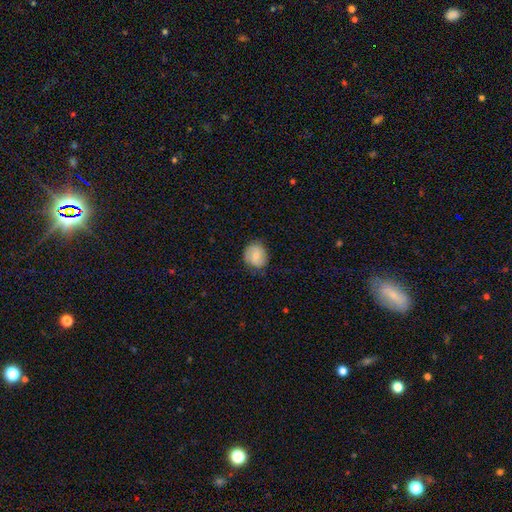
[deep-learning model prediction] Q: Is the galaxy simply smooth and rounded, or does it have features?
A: smooth — 71%.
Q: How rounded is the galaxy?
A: round — 74%.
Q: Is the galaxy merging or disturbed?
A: none — 78%.